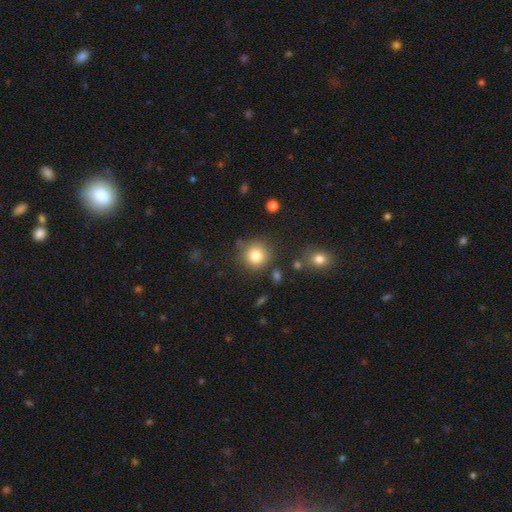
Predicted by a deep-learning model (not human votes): smooth 83%, star or artifact 10%, featured or disk 7%. Down the decision tree: how rounded — round (92%); merging — none (80%).